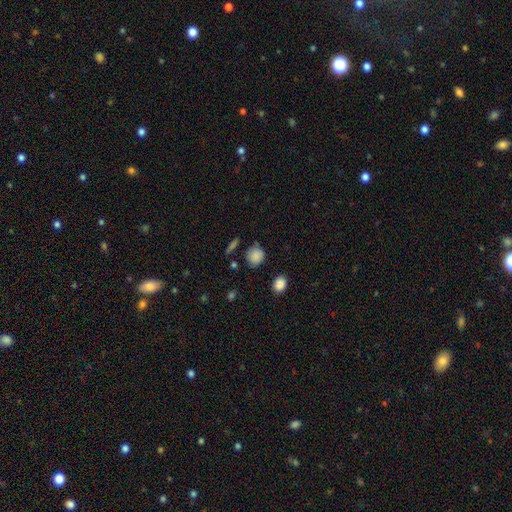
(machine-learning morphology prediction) Overall: smooth (85%). How rounded: round (76%). Merging: none (72%).